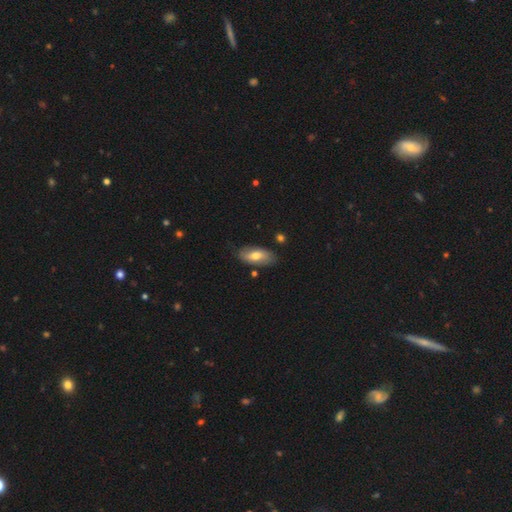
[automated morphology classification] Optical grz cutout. It shows a smooth galaxy with no disk features (67%) that is in between round and cigar-shaped (88%). Merging: none (79%).